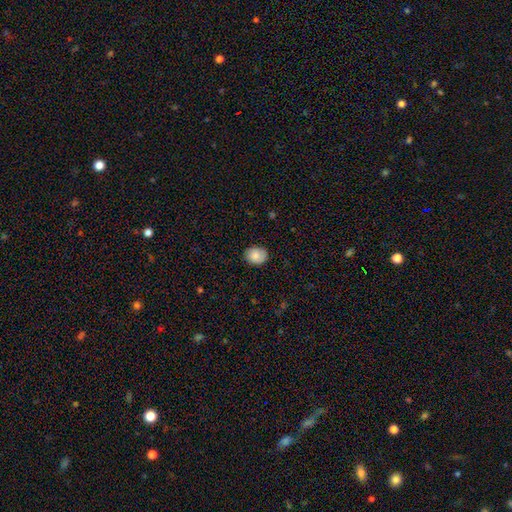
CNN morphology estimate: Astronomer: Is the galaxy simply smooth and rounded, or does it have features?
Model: smooth — 86%.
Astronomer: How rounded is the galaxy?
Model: round — 53% (runner-up: in between, 46%).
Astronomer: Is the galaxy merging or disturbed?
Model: none — 84%.